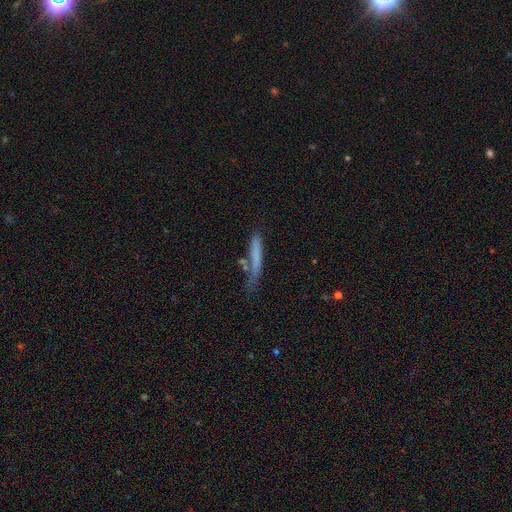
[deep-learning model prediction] Smooth or featured?
  - smooth: 68% *
  - featured or disk: 24%
  - star or artifact: 8%
How rounded?
  - cigar-shaped: 93% *
  - in between: 6%
  - round: 2%
Merging?
  - none: 59% *
  - minor disturbance: 22%
  - merger: 10%
  - major disturbance: 9%